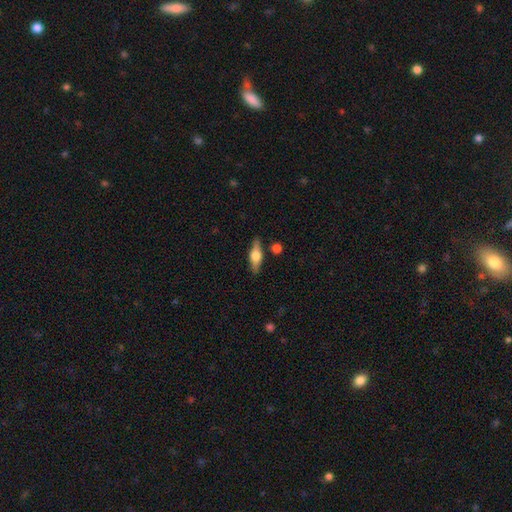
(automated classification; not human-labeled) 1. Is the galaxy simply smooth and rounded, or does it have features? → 54% featured or disk, 40% smooth, 7% star or artifact.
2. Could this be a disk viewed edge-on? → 93% yes, 7% no.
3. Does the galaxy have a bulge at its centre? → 92% rounded, 7% boxy, 2% none.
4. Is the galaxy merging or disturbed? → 84% none, 10% minor disturbance, 4% merger, 2% major disturbance.